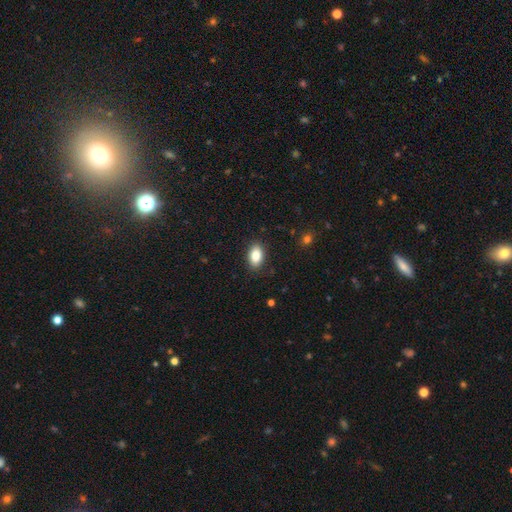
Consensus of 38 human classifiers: smooth 89%, featured or disk 5%, star or artifact 5%. Down the decision tree: how rounded — in between (88%); merging — none (83%).